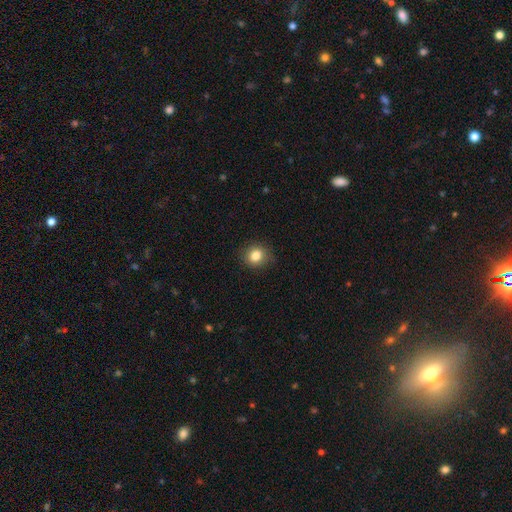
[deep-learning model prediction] Overall: smooth (83%). How rounded: round (75%). Merging: none (86%).